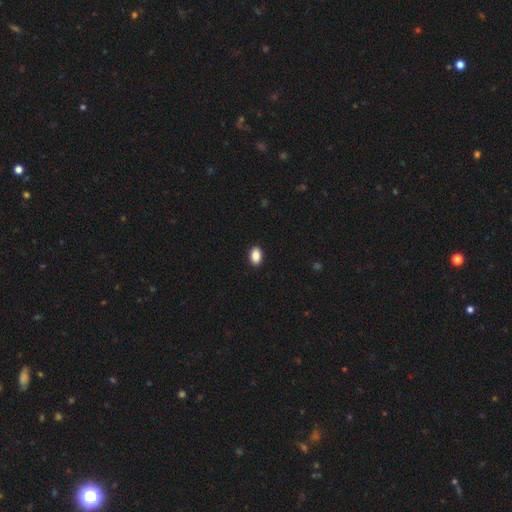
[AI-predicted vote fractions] Smooth or featured? smooth (89%)
How rounded? in between (89%)
Merging? none (91%)